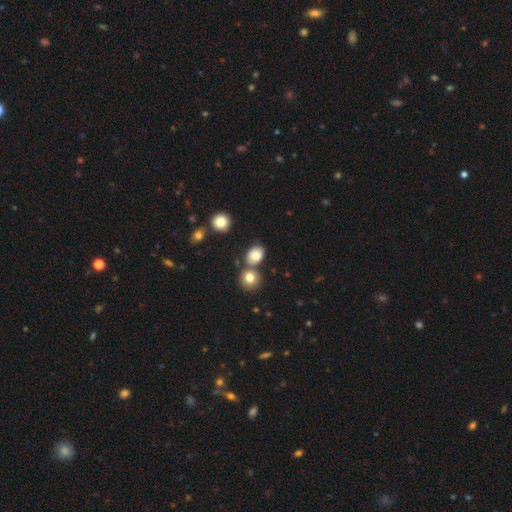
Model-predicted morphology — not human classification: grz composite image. It shows a smooth galaxy with no disk features (81%) that is in between round and cigar-shaped (63%). Merging: none (64%).